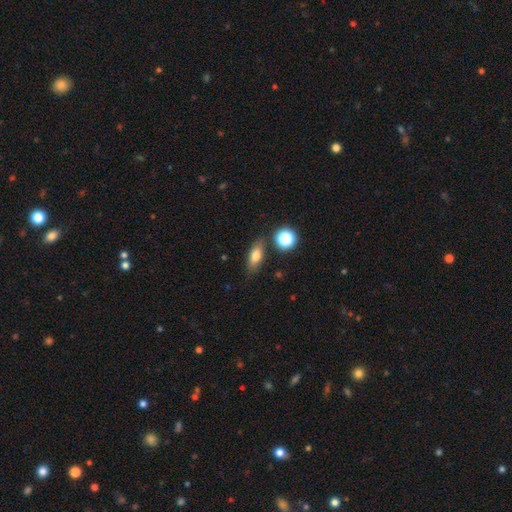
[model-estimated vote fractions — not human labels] Smooth or featured? Predicted: smooth (p=0.73). How rounded? Predicted: in between (p=0.70). Merging? Predicted: none (p=0.78).